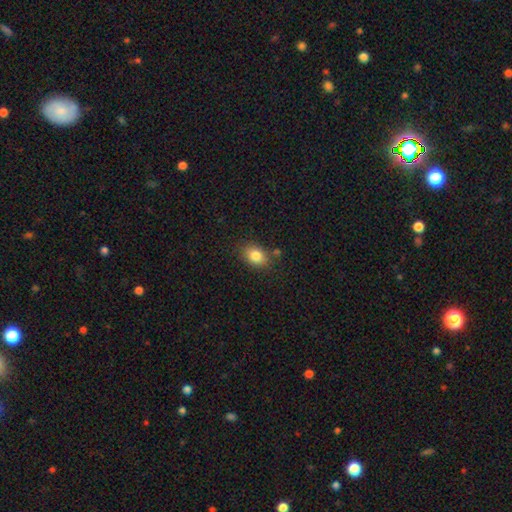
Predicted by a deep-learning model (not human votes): This appears to be a smooth galaxy with no disk features (83%) that is in between round and cigar-shaped (71%). Merging: none (79%).